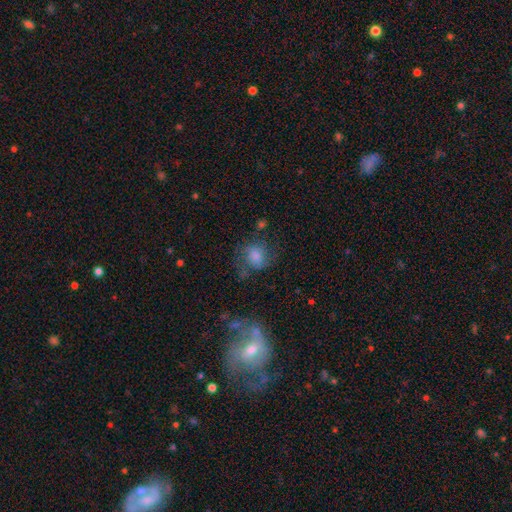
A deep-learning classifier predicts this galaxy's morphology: Overall: smooth (68%). How rounded: round (63%; in between 36%). Merging: none (49%; minor disturbance 25%).